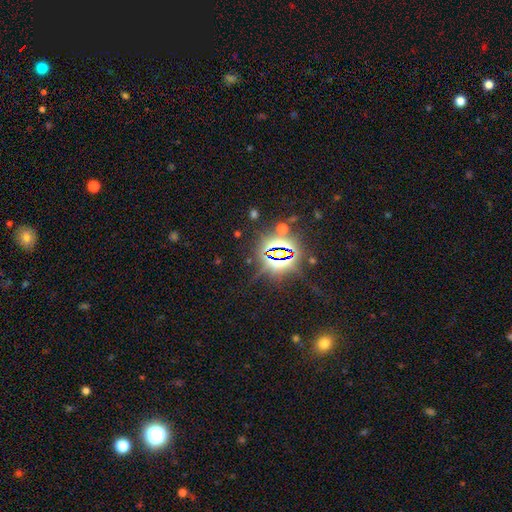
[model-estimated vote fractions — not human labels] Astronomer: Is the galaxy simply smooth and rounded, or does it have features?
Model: star or artifact — 83%.